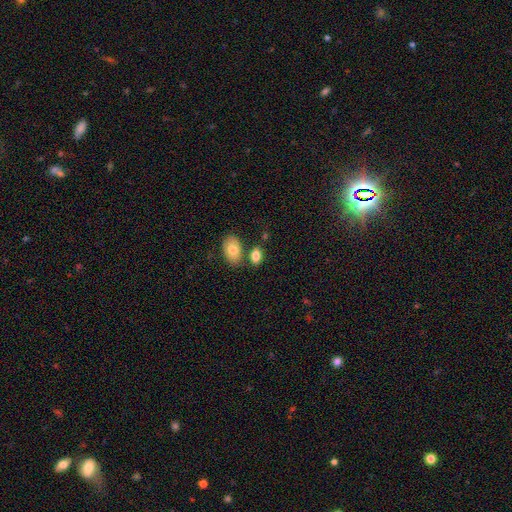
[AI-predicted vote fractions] A smooth galaxy with no disk features (81%) that is in between round and cigar-shaped (87%).

Vote fractions:
- Smooth or featured? smooth: 81% / featured or disk: 11% / star or artifact: 8%
- How rounded? in between: 87% / round: 11% / cigar-shaped: 2%
- Merging? none: 64% / merger: 21% / minor disturbance: 12% / major disturbance: 4%